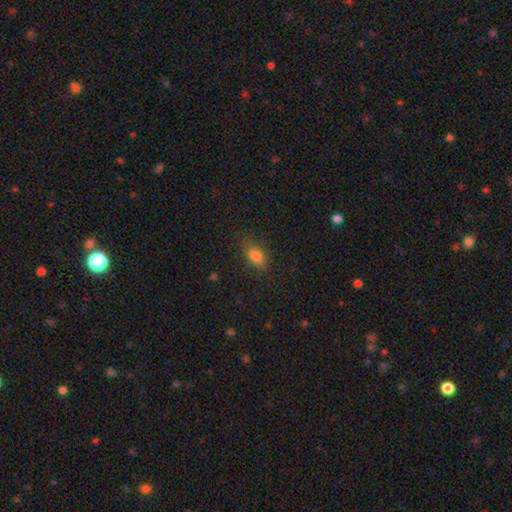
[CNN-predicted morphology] Overall: smooth (81%). How rounded: in between (79%). Merging: none (80%).